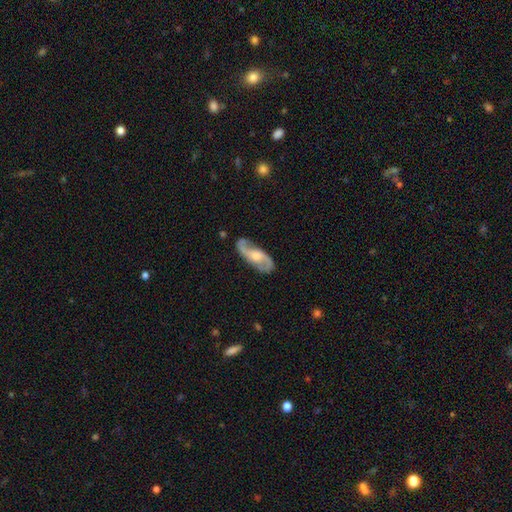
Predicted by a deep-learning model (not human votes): A featured or disk galaxy (84%) with no bar (51%), 2 (92%) loose (49%) spiral arms (95%) and a moderate central bulge (54%).

Vote fractions:
- Smooth or featured? featured or disk: 84% / smooth: 12% / star or artifact: 5%
- Edge-on disk? no: 93% / yes: 7%
- Bar? no: 51% / weak: 39% / strong: 10%
- Spiral arms? yes: 95% / no: 5%
- Spiral winding? loose: 49% / medium: 40% / tight: 11%
- Spiral arm count? 2: 92% / can't tell: 3% / 1: 2% / 3: 1% / 4: 1% / more than 4: 1%
- Bulge size? moderate: 54% / small: 22% / large: 15% / none: 7% / dominant: 1%
- Merging? none: 80% / minor disturbance: 14% / major disturbance: 5% / merger: 2%